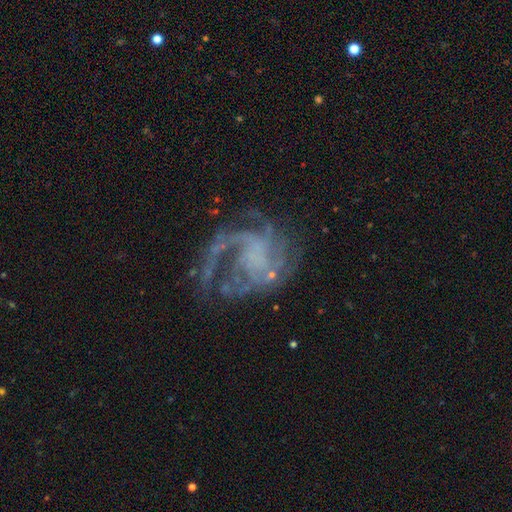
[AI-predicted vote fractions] Overall: featured or disk (83%). Edge-on disk: no (98%). Bar: no (69%). Spiral arms: yes (89%). Spiral arm count: can't tell (24%; 2 23%). Spiral winding: medium (41%; loose 30%). Bulge size: none (69%). Merging: none (50%; major disturbance 30%).